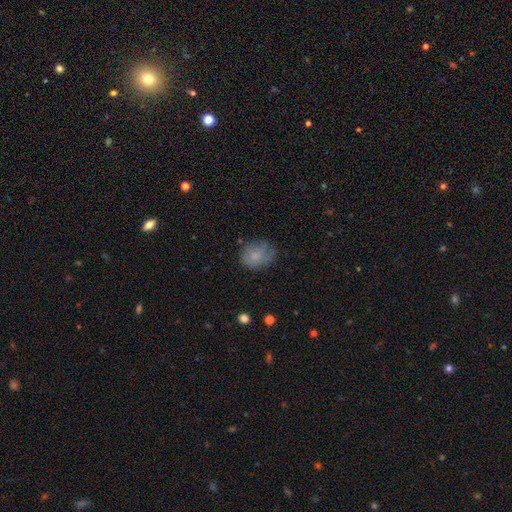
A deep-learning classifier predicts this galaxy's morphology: Overall: smooth (71%). How rounded: round (57%; in between 42%). Merging: none (62%; minor disturbance 27%).